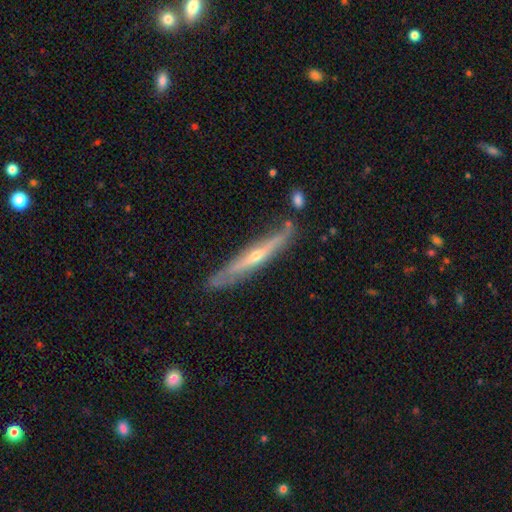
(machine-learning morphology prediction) Smooth or featured?
  - featured or disk: 73% *
  - smooth: 21%
  - star or artifact: 6%
Edge-on disk?
  - yes: 89% *
  - no: 11%
Edge-on bulge?
  - rounded: 78% *
  - none: 19%
  - boxy: 3%
Merging?
  - none: 77% *
  - minor disturbance: 16%
  - merger: 3%
  - major disturbance: 3%